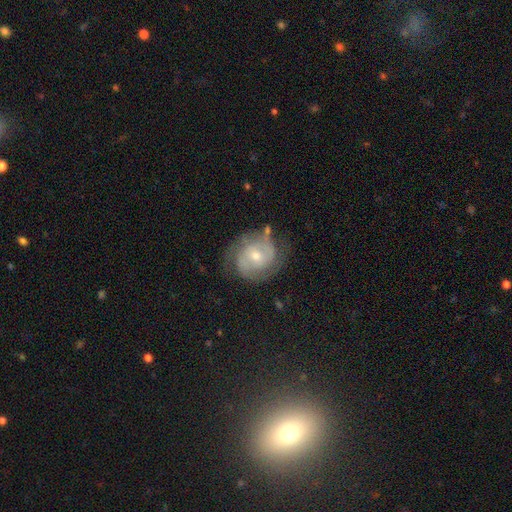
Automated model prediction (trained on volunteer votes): Morphology: type=featured or disk (76%); edge-on=no (97%); bar=no (56%); spiral arms=yes (91%); winding=tight (52%); arm count=2 (62%); bulge=moderate (53%); merging=none (69%).